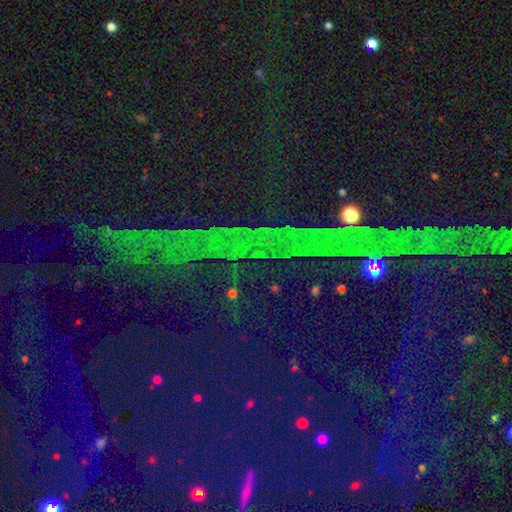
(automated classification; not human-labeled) Q: Smooth or featured?
A: star or artifact (87%); runner-up: featured or disk (6%)